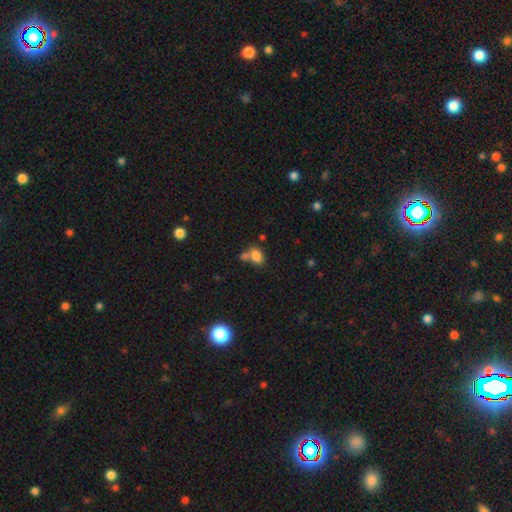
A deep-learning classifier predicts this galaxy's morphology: This appears to be a smooth galaxy with no disk features (81%) that is in between round and cigar-shaped (83%). Merging: none (42%).